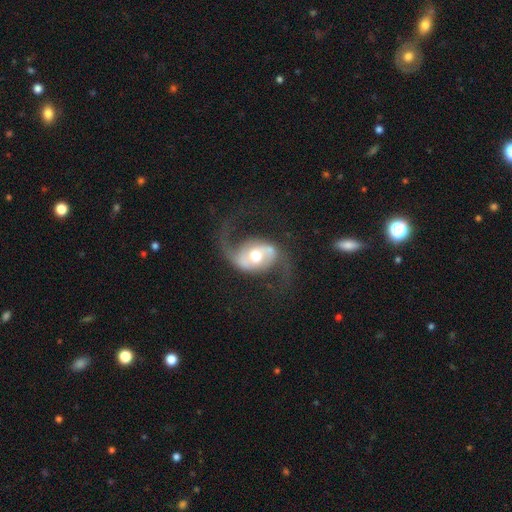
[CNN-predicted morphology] smooth_or_featured: featured or disk (p=0.89) [alt: smooth p=0.06]
disk_edge_on: no (p=0.98) [alt: yes p=0.02]
bar: no (p=0.39) [alt: weak p=0.34]
has_spiral_arms: yes (p=0.96) [alt: no p=0.04]
spiral_winding: loose (p=0.66) [alt: medium p=0.28]
spiral_arm_count: 2 (p=0.93) [alt: 1 p=0.03]
bulge_size: moderate (p=0.72) [alt: large p=0.13]
merging: none (p=0.68) [alt: major disturbance p=0.16]